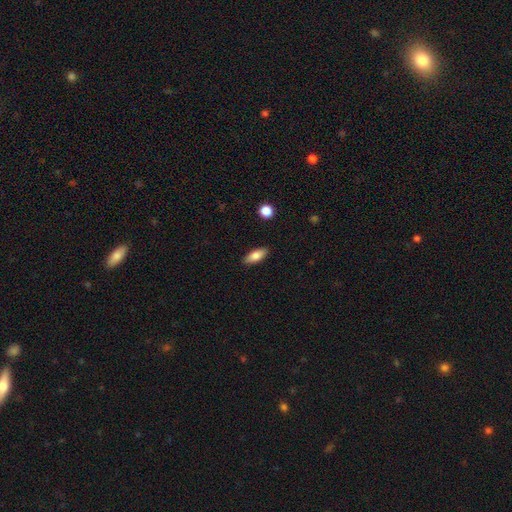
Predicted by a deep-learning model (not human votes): Smooth or featured: smooth — 81% (featured or disk — 12%)
How rounded: in between — 78% (cigar-shaped — 20%)
Merging: none — 88% (minor disturbance — 8%)